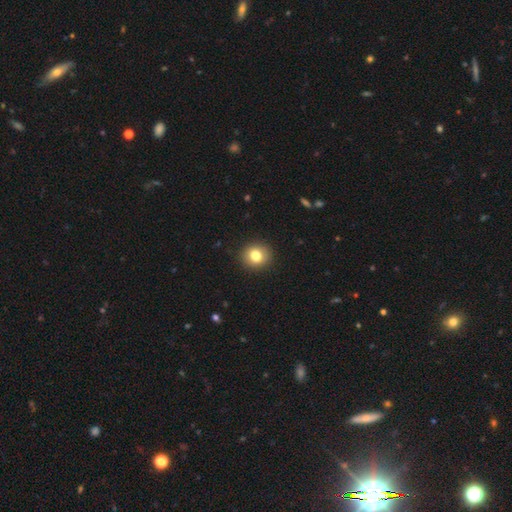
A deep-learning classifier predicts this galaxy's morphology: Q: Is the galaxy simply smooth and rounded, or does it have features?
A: smooth — 81%.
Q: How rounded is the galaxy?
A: round — 83%.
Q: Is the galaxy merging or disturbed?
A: none — 91%.